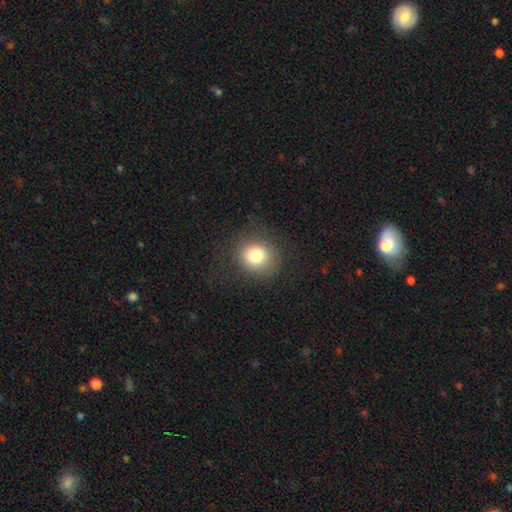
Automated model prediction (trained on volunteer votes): A smooth galaxy with no disk features (81%) that is round (81%).

Vote fractions:
- Smooth or featured? smooth: 81% / star or artifact: 11% / featured or disk: 8%
- How rounded? round: 81% / in between: 18% / cigar-shaped: 1%
- Merging? none: 83% / minor disturbance: 11% / major disturbance: 6% / merger: 1%